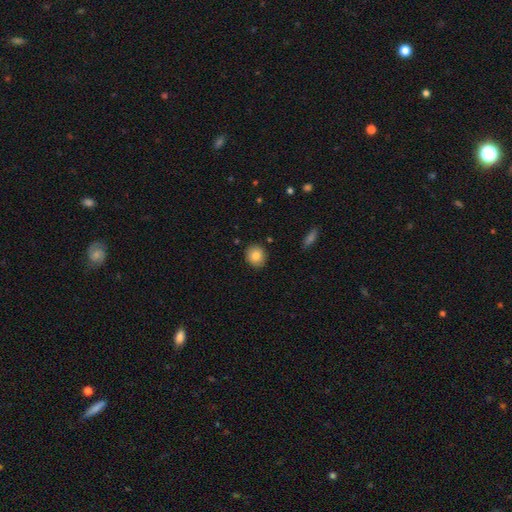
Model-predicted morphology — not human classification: Q: Smooth or featured?
A: smooth (84%); runner-up: star or artifact (9%)
Q: How rounded?
A: round (80%); runner-up: in between (19%)
Q: Merging?
A: none (88%); runner-up: minor disturbance (8%)